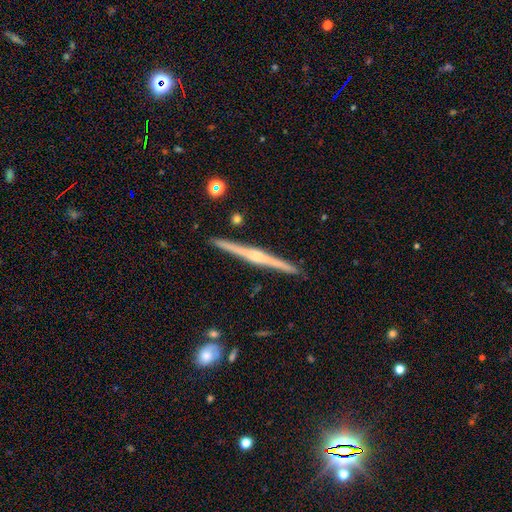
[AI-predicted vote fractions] featured or disk 82%, smooth 13%, star or artifact 5%. Down the decision tree: edge-on disk — yes (99%); edge-on bulge — rounded (72%); merging — none (92%).